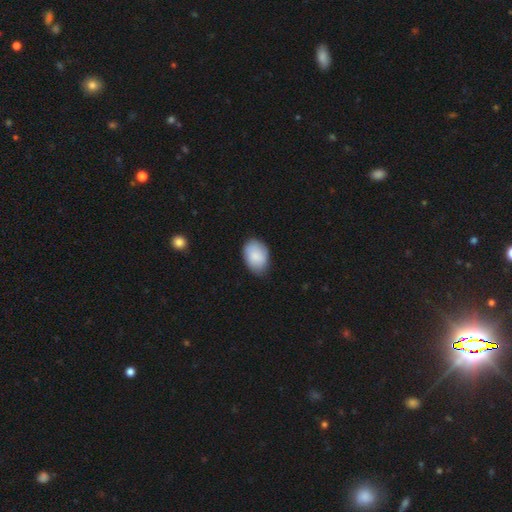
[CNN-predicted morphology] Q: Smooth or featured?
A: smooth (86%); runner-up: featured or disk (8%)
Q: How rounded?
A: in between (84%); runner-up: round (15%)
Q: Merging?
A: none (73%); runner-up: minor disturbance (22%)